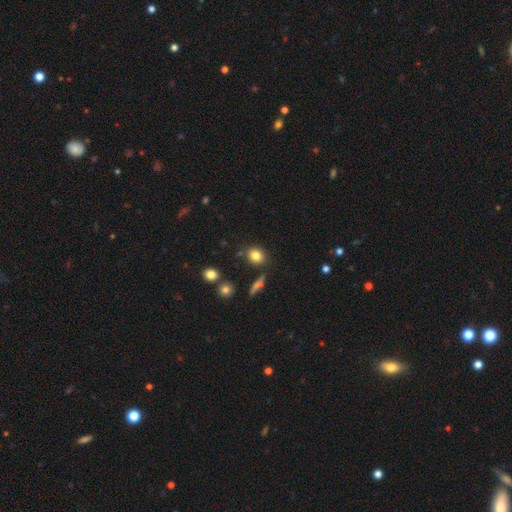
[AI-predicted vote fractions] Smooth or featured? Predicted: smooth (p=0.82). How rounded? Predicted: round (p=0.60). Merging? Predicted: none (p=0.79).